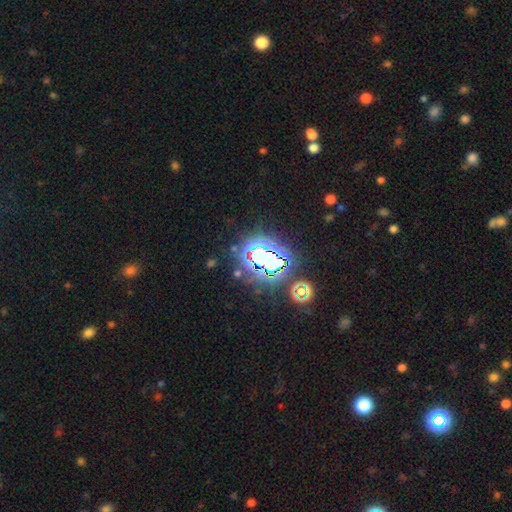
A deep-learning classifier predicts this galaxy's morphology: Smooth or featured? star or artifact (74%)